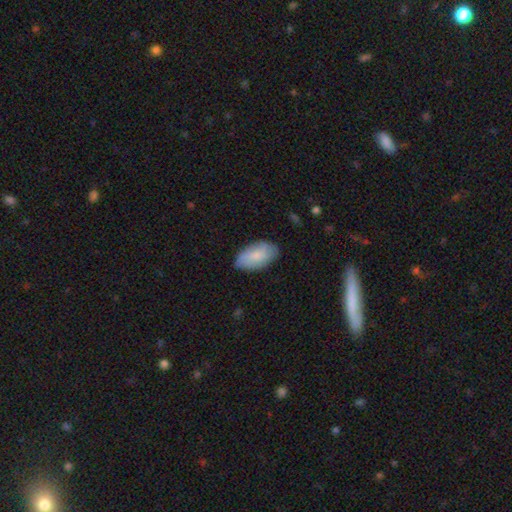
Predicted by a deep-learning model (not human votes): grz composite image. It shows a smooth galaxy with no disk features (78%) that is in between round and cigar-shaped (95%). Merging: none (78%).